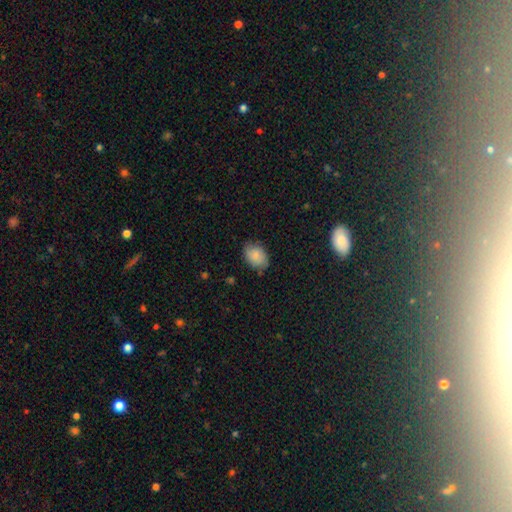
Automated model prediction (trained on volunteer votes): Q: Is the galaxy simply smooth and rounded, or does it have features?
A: smooth — 81%.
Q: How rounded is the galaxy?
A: in between — 77%.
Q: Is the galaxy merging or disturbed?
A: none — 74%.